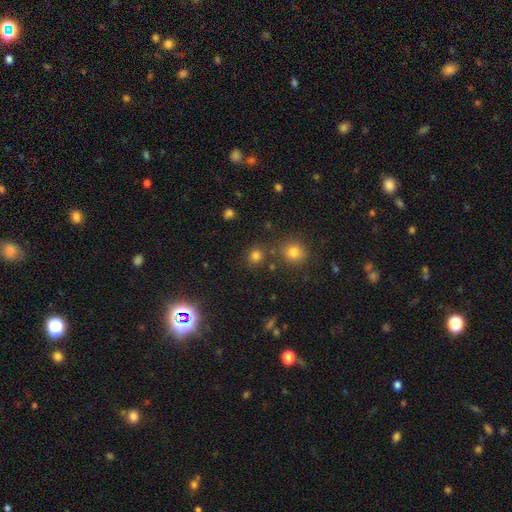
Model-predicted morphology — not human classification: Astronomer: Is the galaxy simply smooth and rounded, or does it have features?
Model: smooth — 78%.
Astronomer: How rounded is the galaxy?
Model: round — 85%.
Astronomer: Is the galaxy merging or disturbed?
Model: none — 78%.